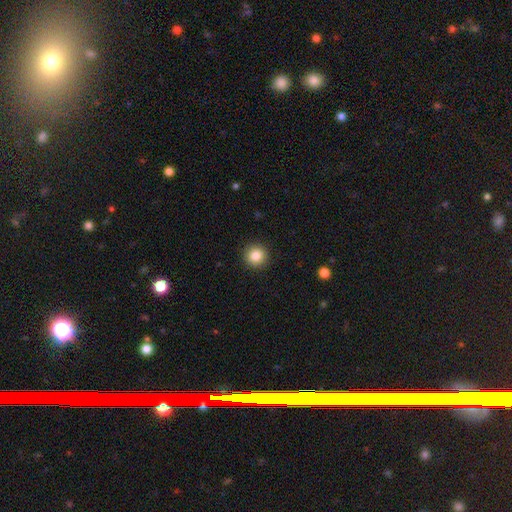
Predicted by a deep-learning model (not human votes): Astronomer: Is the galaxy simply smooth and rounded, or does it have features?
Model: smooth — 84%.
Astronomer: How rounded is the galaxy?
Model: round — 95%.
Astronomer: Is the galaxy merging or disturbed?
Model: none — 92%.